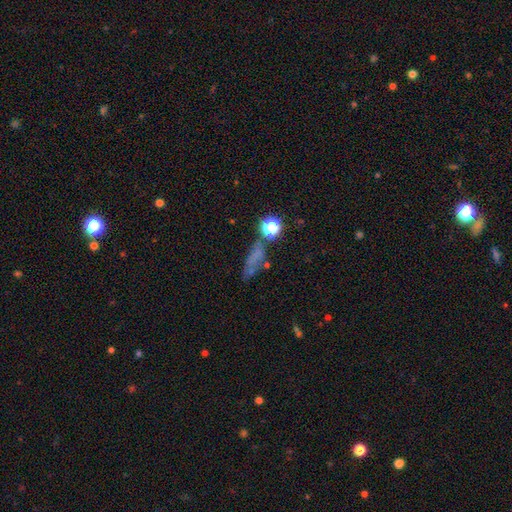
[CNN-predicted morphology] Q: Smooth or featured?
A: smooth (53%); runner-up: star or artifact (27%)
Q: How rounded?
A: in between (41%); runner-up: cigar-shaped (39%)
Q: Merging?
A: none (51%); runner-up: minor disturbance (21%)